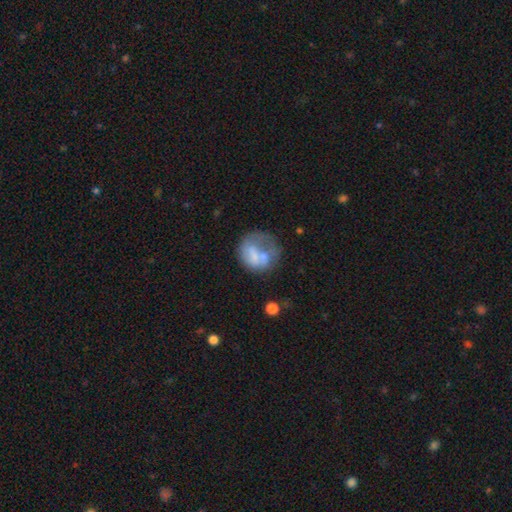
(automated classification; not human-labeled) smooth-or-featured: smooth: 51% | featured or disk: 40% | star or artifact: 10%
  how-rounded: round: 70% | in between: 29% | cigar-shaped: 1%
  merging: none: 32% (tied) | major disturbance: 32% (tied) | minor disturbance: 20% | merger: 16%